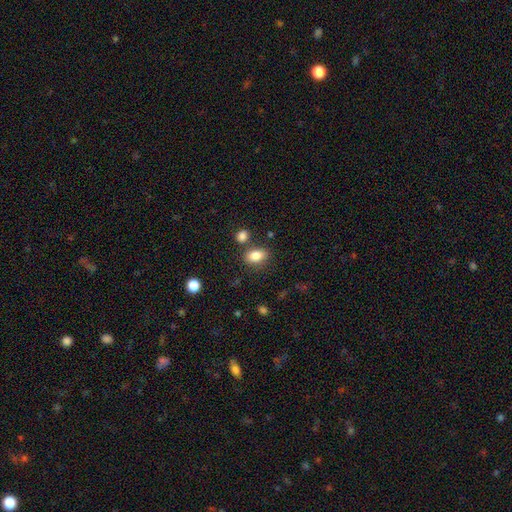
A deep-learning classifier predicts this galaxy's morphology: This is clearly a smooth galaxy (84%). How rounded: clearly in between (82%). Merging: likely none (73%).